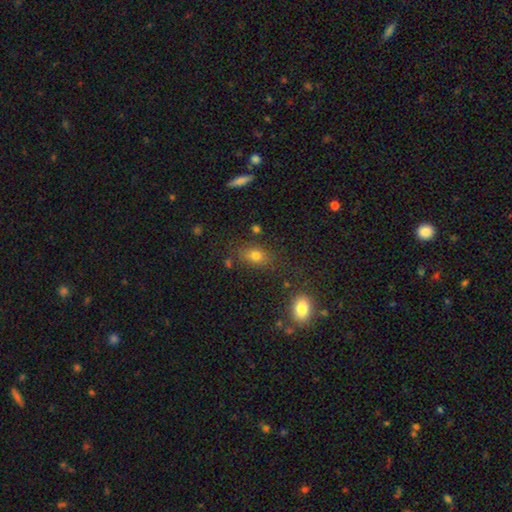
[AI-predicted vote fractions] A smooth galaxy with no disk features (74%) that is in between round and cigar-shaped (76%).

Vote fractions:
- Smooth or featured? smooth: 74% / star or artifact: 15% / featured or disk: 11%
- How rounded? in between: 76% / round: 21% / cigar-shaped: 3%
- Merging? none: 75% / minor disturbance: 14% / merger: 5% / major disturbance: 5%